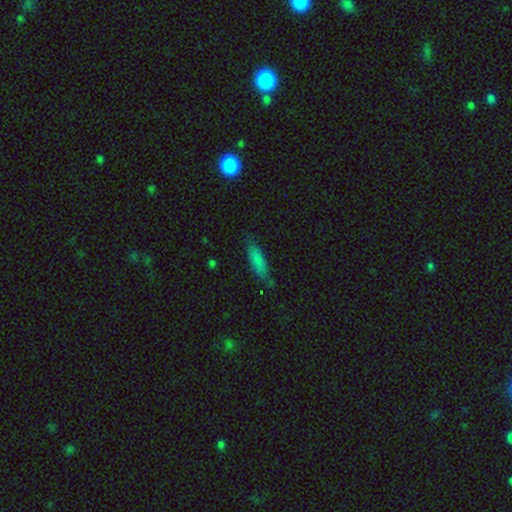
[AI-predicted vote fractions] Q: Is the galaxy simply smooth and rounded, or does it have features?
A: smooth — 80%.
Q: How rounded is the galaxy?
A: cigar-shaped — 67%.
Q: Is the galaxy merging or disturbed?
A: none — 76%.